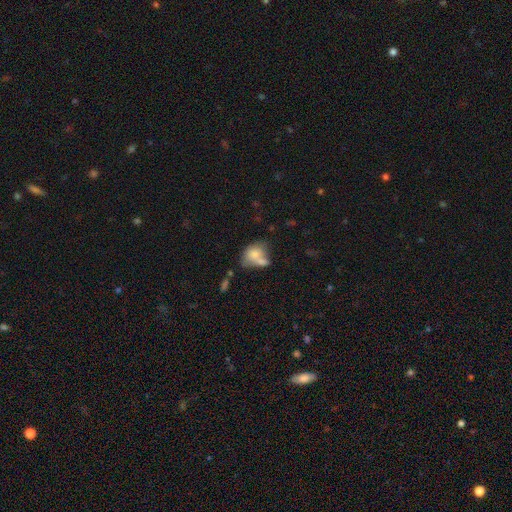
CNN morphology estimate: Smooth or featured: smooth — 70% (featured or disk — 21%)
How rounded: in between — 67% (round — 31%)
Merging: merger — 46% (none — 25%)